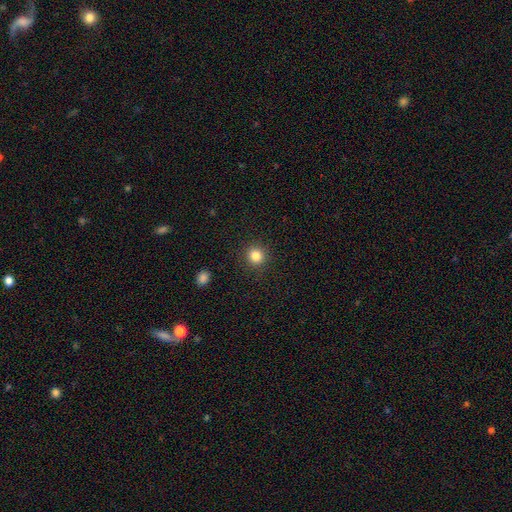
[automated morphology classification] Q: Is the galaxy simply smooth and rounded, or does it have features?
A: smooth — 84%.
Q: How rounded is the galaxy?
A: round — 90%.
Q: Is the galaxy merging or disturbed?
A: none — 90%.